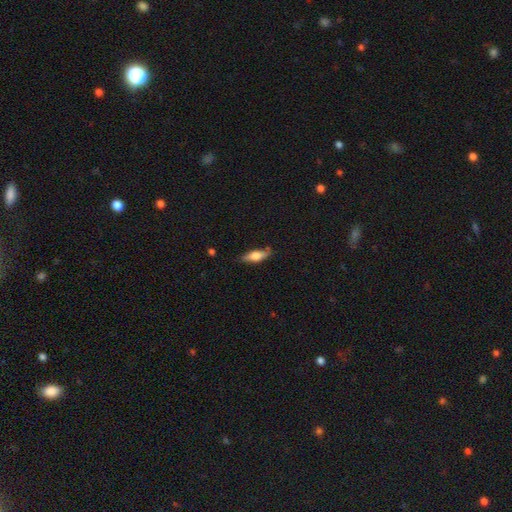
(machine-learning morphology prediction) The model was most divided on "how rounded": in between: 52%, cigar-shaped: 45%, round: 3%. More confident: merging — none (77%); smooth or featured — smooth (54%).